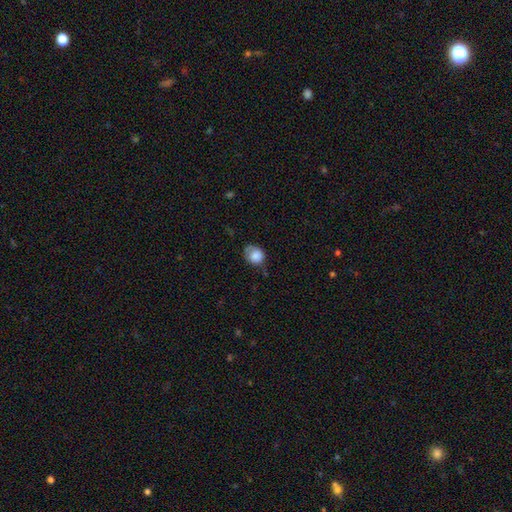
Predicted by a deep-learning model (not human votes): Smooth or featured? smooth (82%)
How rounded? round (59%)
Merging? none (47%)